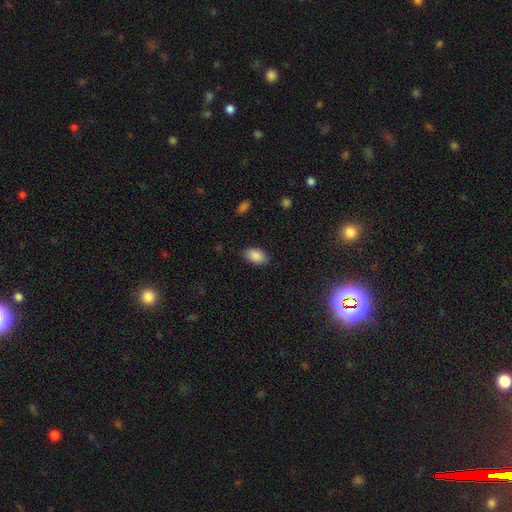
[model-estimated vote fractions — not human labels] Smooth or featured?
  - smooth: 88% *
  - star or artifact: 7%
  - featured or disk: 4%
How rounded?
  - in between: 93% *
  - round: 6%
  - cigar-shaped: 1%
Merging?
  - none: 87% *
  - minor disturbance: 10%
  - major disturbance: 3%
  - merger: 1%